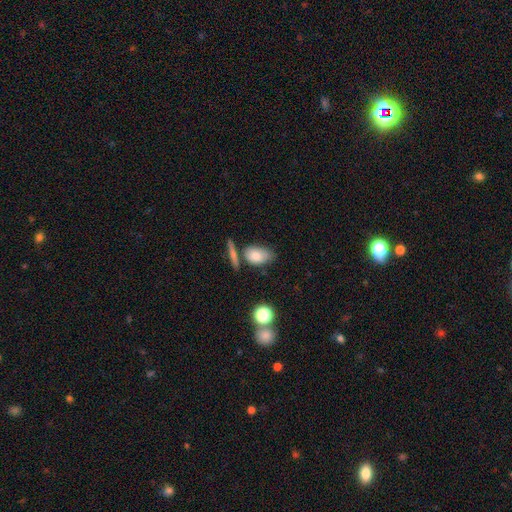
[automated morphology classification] Smooth or featured: smooth — 79% (featured or disk — 13%)
How rounded: in between — 85% (round — 11%)
Merging: none — 53% (minor disturbance — 21%)